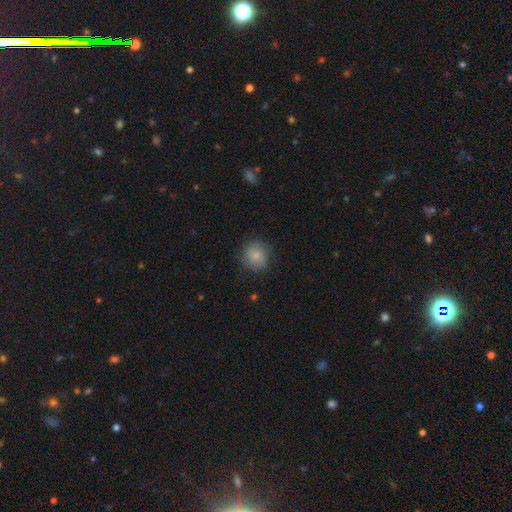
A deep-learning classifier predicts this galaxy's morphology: Smooth or featured? smooth (81%)
How rounded? round (86%)
Merging? none (81%)